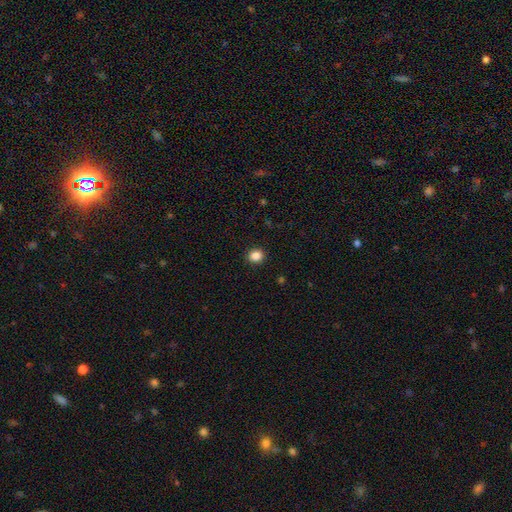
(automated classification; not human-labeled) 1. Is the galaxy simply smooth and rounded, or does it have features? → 86% smooth, 11% star or artifact, 3% featured or disk.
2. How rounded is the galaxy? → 77% round, 22% in between, 1% cigar-shaped.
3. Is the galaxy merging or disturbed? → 91% none, 6% minor disturbance, 2% major disturbance, 1% merger.